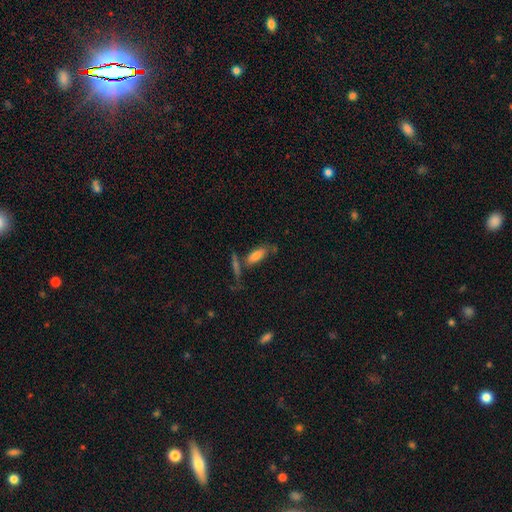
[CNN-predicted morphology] smooth_or_featured: smooth (p=0.77) [alt: featured or disk p=0.15]
how_rounded: in between (p=0.67) [alt: cigar-shaped p=0.31]
merging: none (p=0.54) [alt: merger p=0.23]